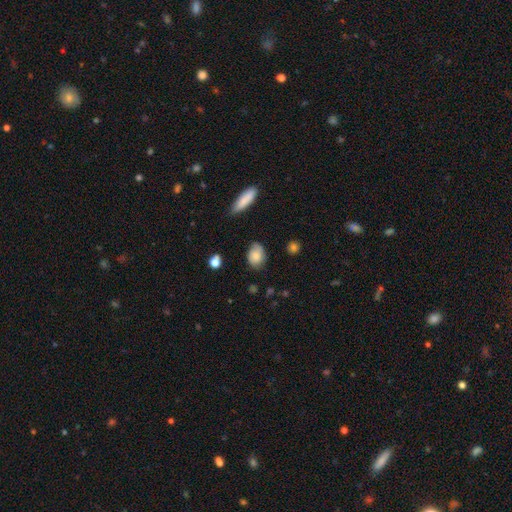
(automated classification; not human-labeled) Q: Smooth or featured?
A: smooth (76%); runner-up: featured or disk (17%)
Q: How rounded?
A: in between (78%); runner-up: round (20%)
Q: Merging?
A: none (69%); runner-up: minor disturbance (24%)